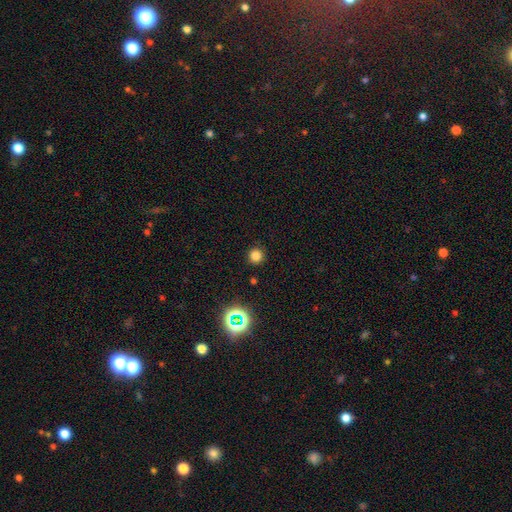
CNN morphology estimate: Smooth or featured?
  - smooth: 79% *
  - star or artifact: 16%
  - featured or disk: 5%
How rounded?
  - round: 95% *
  - in between: 4%
  - cigar-shaped: 1%
Merging?
  - none: 91% *
  - minor disturbance: 5%
  - major disturbance: 2%
  - merger: 1%